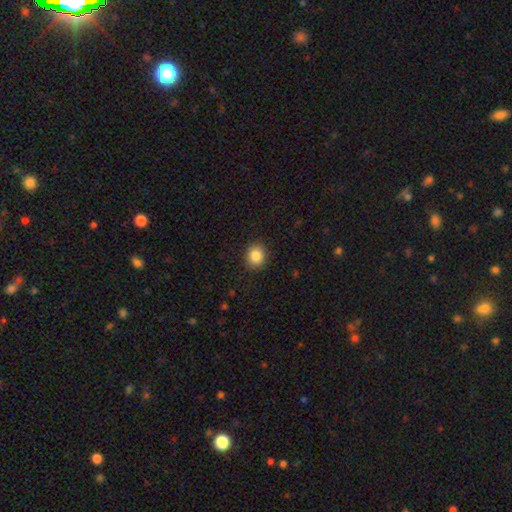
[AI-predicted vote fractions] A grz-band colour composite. It shows a smooth galaxy with no disk features (85%) that is round (79%). Merging: none (90%).